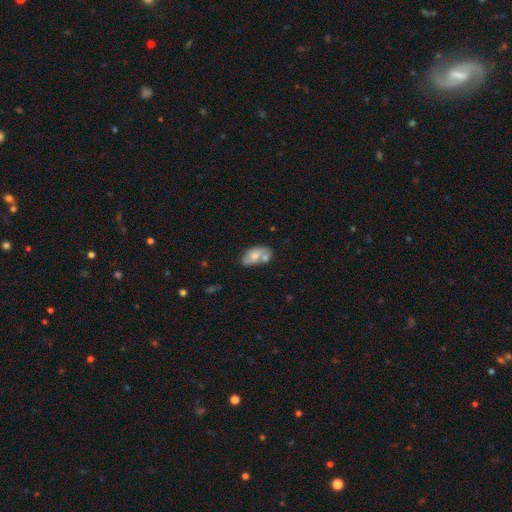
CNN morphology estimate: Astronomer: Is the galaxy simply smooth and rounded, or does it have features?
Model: smooth — 58% (runner-up: featured or disk, 36%).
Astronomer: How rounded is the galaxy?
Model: in between — 91%.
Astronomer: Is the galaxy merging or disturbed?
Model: none — 45% (runner-up: merger, 32%).